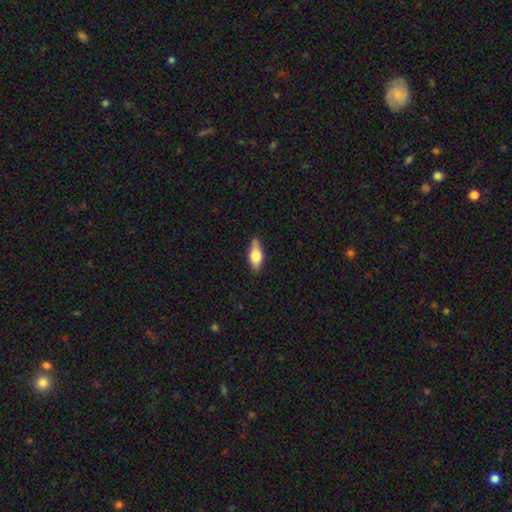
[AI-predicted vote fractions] This is possibly a smooth galaxy (59%). How rounded: likely in between (78%). Merging: likely none (72%).